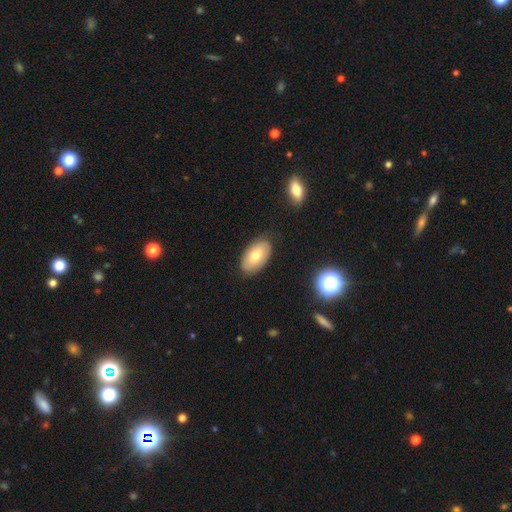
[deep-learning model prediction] This is likely a smooth galaxy (74%). How rounded: clearly in between (95%). Merging: clearly none (83%).